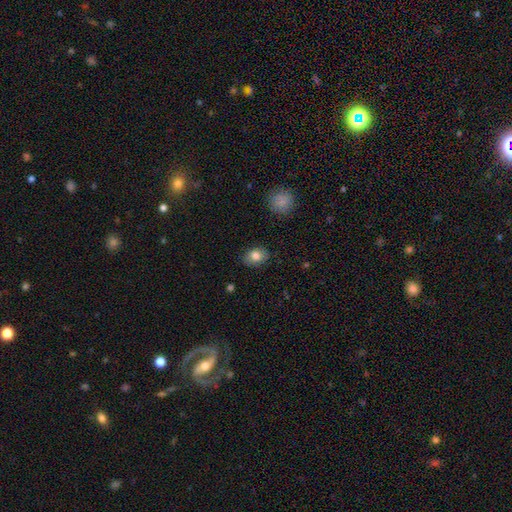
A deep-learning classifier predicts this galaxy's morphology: Smooth or featured? smooth (80%)
How rounded? in between (69%)
Merging? none (86%)